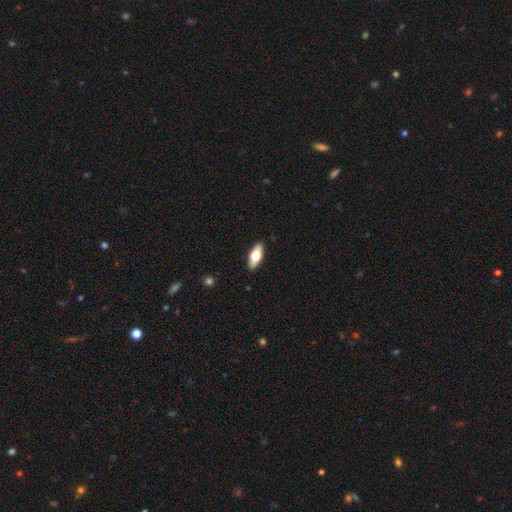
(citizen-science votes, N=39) This is possibly a smooth galaxy (59%). How rounded: likely in between (61%). Merging: clearly none (95%).